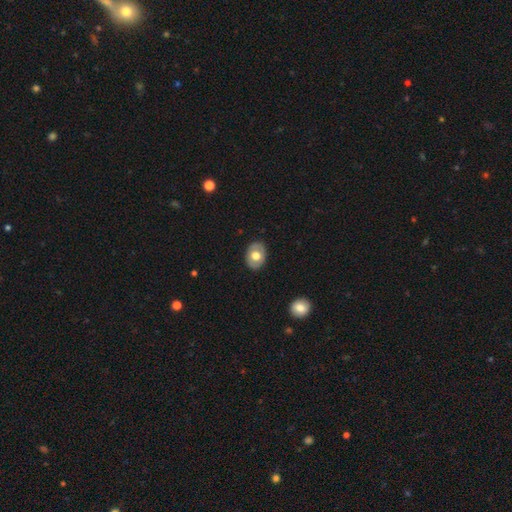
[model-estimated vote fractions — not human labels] Smooth or featured?
  - smooth: 57% *
  - featured or disk: 36%
  - star or artifact: 6%
How rounded?
  - in between: 68% *
  - round: 31%
  - cigar-shaped: 1%
Merging?
  - none: 85% *
  - minor disturbance: 11%
  - major disturbance: 3%
  - merger: 1%